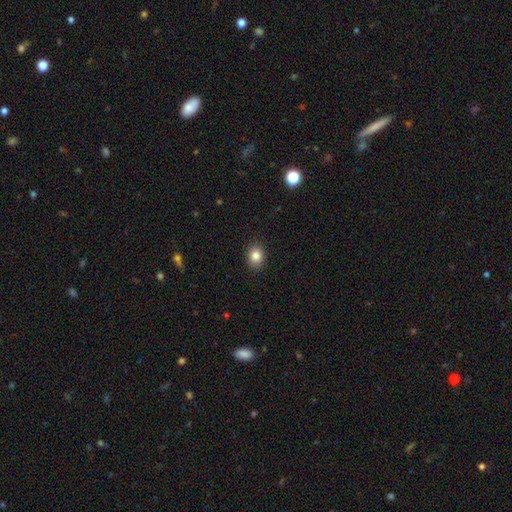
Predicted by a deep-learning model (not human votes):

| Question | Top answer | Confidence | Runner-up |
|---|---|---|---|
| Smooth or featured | smooth | 84% | star or artifact (10%) |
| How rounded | in between | 54% | round (45%) |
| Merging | none | 89% | minor disturbance (8%) |